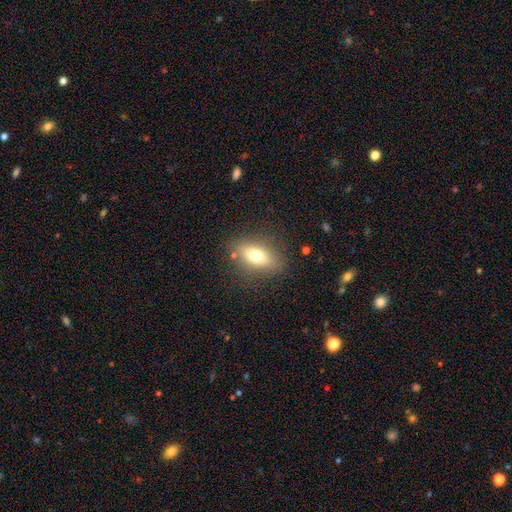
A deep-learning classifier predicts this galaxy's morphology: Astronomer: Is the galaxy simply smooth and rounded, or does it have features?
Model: smooth — 67%.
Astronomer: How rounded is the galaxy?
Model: in between — 77%.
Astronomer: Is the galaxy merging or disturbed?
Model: none — 81%.